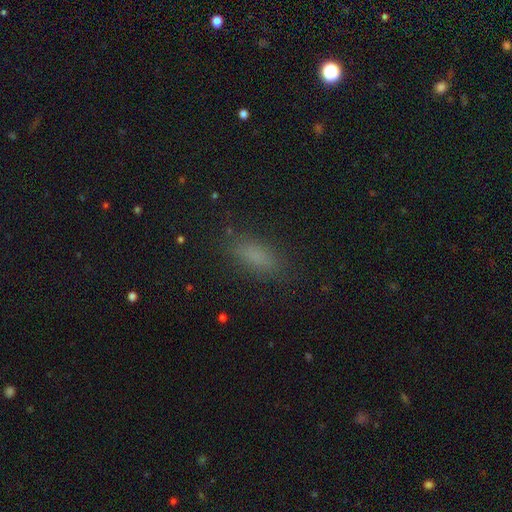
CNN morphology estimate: This is likely a smooth galaxy (79%). How rounded: likely in between (72%). Merging: clearly none (84%).